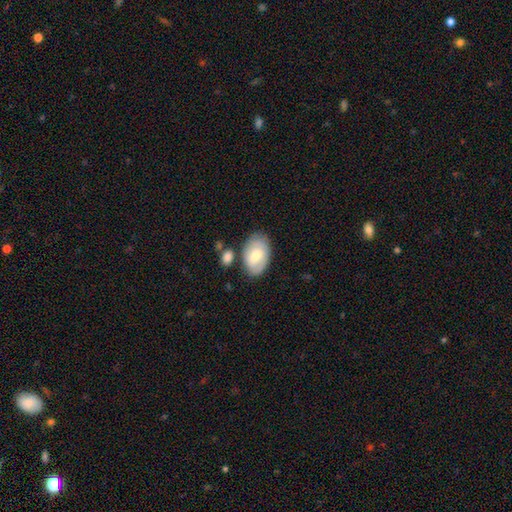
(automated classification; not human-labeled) smooth 66%, featured or disk 28%, star or artifact 6%. Down the decision tree: how rounded — in between (92%); merging — none (66%).